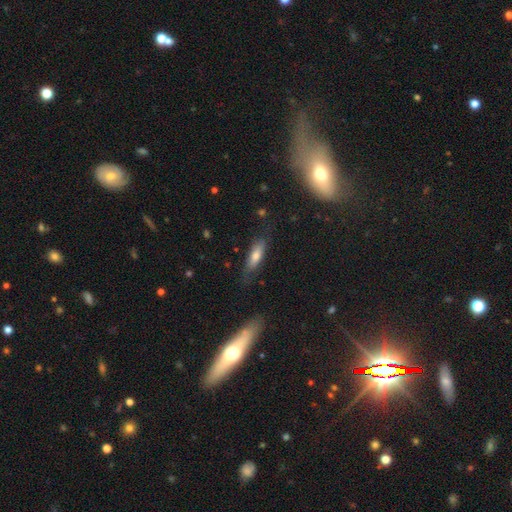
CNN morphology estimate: Smooth or featured?
  - smooth: 60% *
  - featured or disk: 31%
  - star or artifact: 9%
How rounded?
  - cigar-shaped: 57% *
  - in between: 41%
  - round: 3%
Merging?
  - none: 74% *
  - minor disturbance: 18%
  - major disturbance: 6%
  - merger: 2%